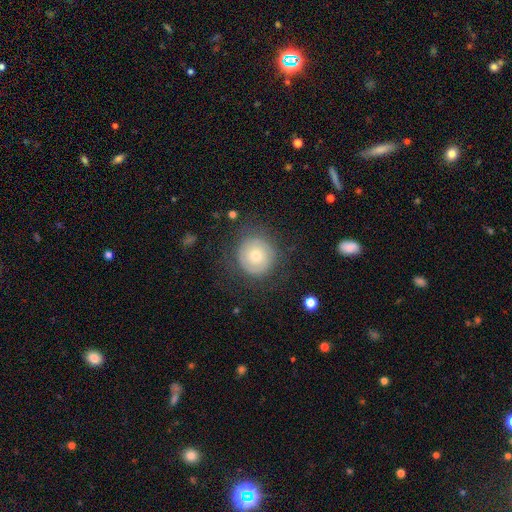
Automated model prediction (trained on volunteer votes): smooth-or-featured: smooth: 54% | featured or disk: 37% | star or artifact: 9%
  how-rounded: round: 91% | in between: 8% | cigar-shaped: 1%
  merging: none: 74% | minor disturbance: 15% | major disturbance: 10% | merger: 1%